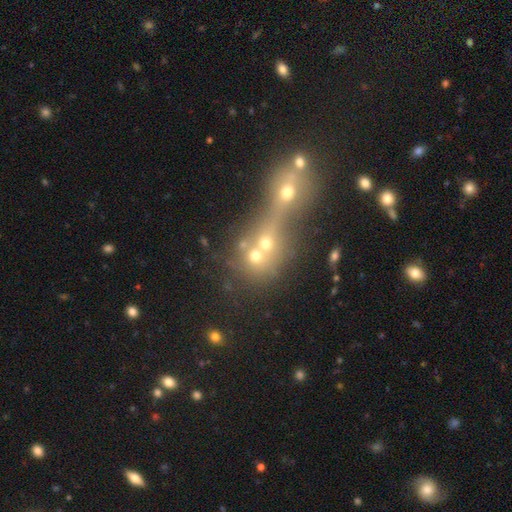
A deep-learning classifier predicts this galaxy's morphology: smooth-or-featured: smooth: 55% | featured or disk: 25% | star or artifact: 21%
  how-rounded: round: 73% | in between: 24% | cigar-shaped: 3%
  merging: merger: 65% | none: 24% | major disturbance: 6% | minor disturbance: 5%